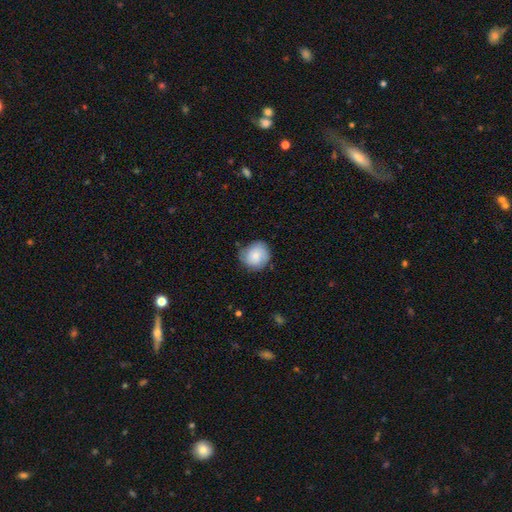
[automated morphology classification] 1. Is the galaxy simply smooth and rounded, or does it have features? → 72% smooth, 21% featured or disk, 7% star or artifact.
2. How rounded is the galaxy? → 84% round, 15% in between, 1% cigar-shaped.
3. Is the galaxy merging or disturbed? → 70% none, 23% minor disturbance, 5% major disturbance, 2% merger.